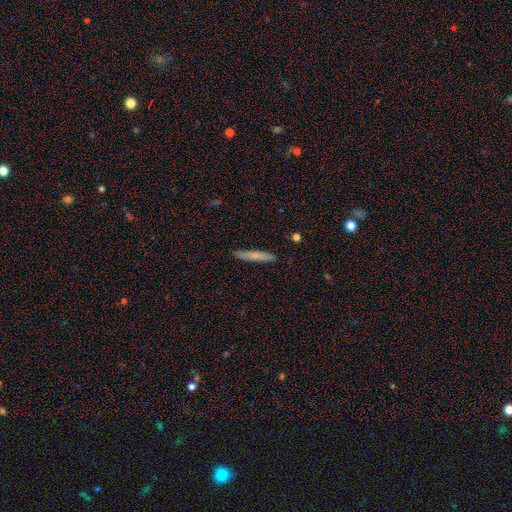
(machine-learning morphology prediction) smooth-or-featured: smooth: 73% | featured or disk: 21% | star or artifact: 7%
  how-rounded: cigar-shaped: 94% | in between: 5% | round: 1%
  merging: none: 89% | minor disturbance: 9% | major disturbance: 2% | merger: 1%